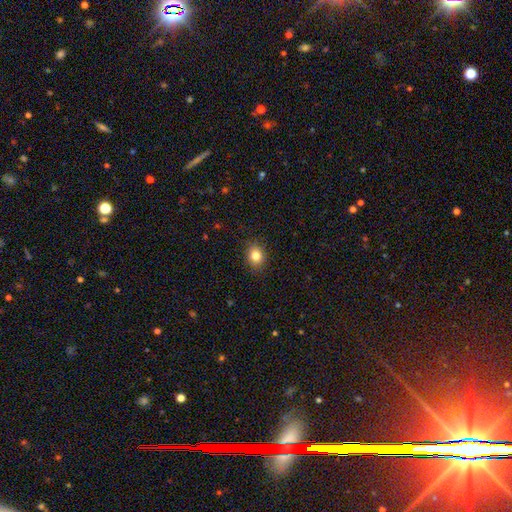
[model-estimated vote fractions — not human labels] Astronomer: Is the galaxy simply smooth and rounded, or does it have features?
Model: smooth — 82%.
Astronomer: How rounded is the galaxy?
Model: round — 58% (runner-up: in between, 41%).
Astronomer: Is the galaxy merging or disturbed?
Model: none — 88%.